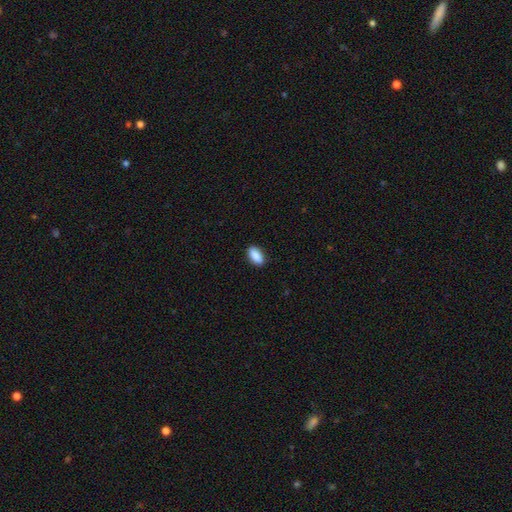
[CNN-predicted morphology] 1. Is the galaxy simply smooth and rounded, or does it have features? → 90% smooth, 6% star or artifact, 4% featured or disk.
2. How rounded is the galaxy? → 92% in between, 5% cigar-shaped, 3% round.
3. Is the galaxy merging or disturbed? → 89% none, 9% minor disturbance, 2% major disturbance, 1% merger.